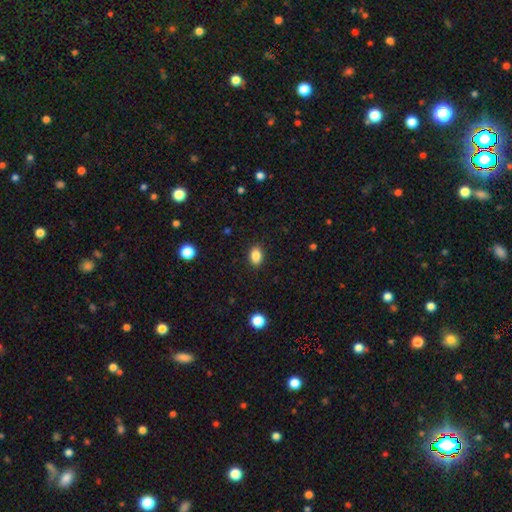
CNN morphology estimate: smooth-or-featured: smooth: 86% | star or artifact: 9% | featured or disk: 5%
  how-rounded: in between: 77% | round: 22% | cigar-shaped: 1%
  merging: none: 89% | minor disturbance: 8% | major disturbance: 2% | merger: 1%